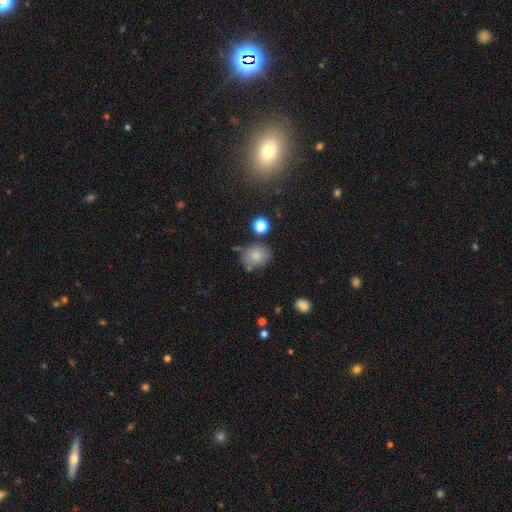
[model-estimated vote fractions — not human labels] This is clearly a smooth galaxy (80%). How rounded: possibly round (60%). Merging: likely none (70%).